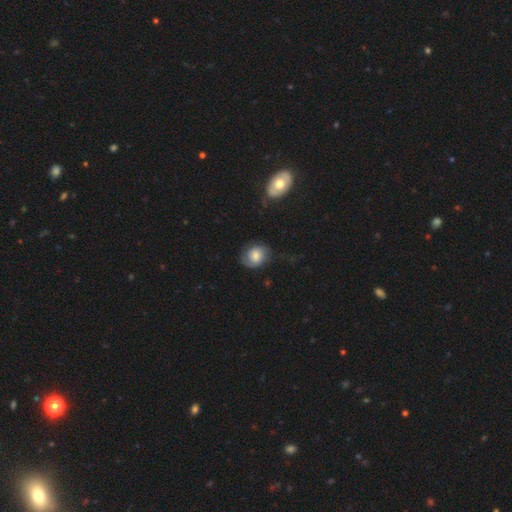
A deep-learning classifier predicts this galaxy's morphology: A smooth galaxy with no disk features (58%) that is round (54%).

Vote fractions:
- Smooth or featured? smooth: 58% / featured or disk: 34% / star or artifact: 8%
- How rounded? round: 54% / in between: 45% / cigar-shaped: 1%
- Merging? none: 64% / minor disturbance: 24% / major disturbance: 10% / merger: 2%